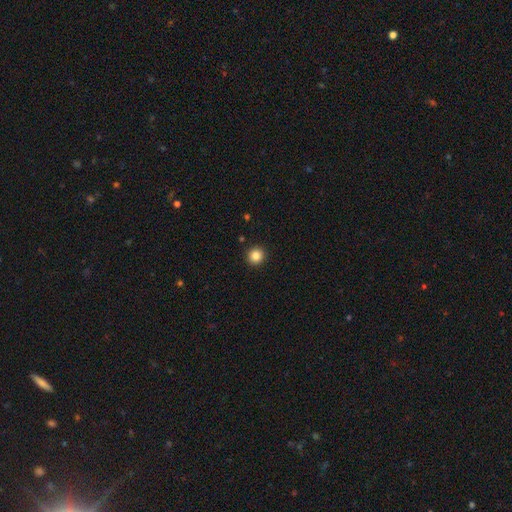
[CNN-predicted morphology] This is clearly a smooth galaxy (84%). How rounded: clearly round (94%). Merging: clearly none (93%).